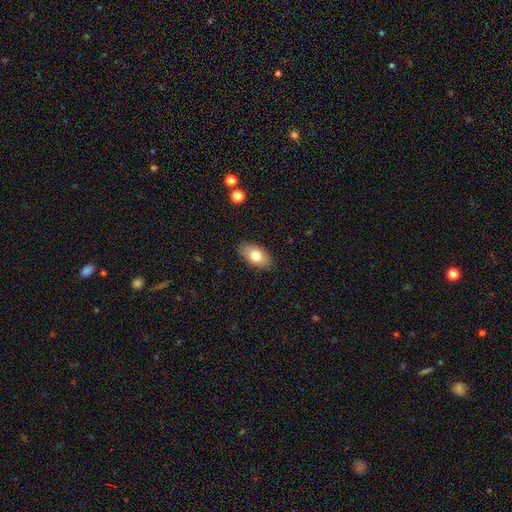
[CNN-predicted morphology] The model was most divided on "smooth or featured": smooth: 73%, featured or disk: 20%, star or artifact: 7%. More confident: how rounded — in between (91%); merging — none (85%).